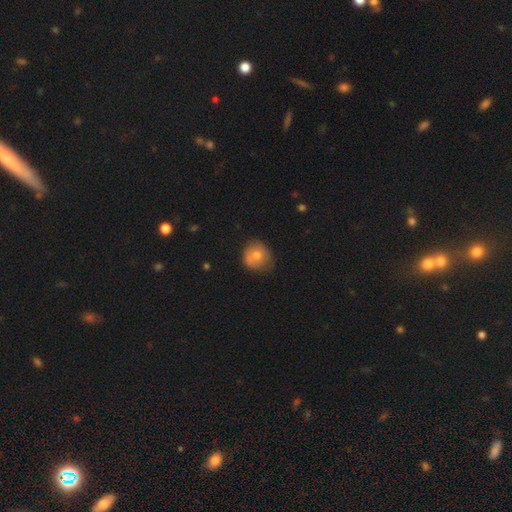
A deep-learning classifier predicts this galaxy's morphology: Overall: smooth (69%). How rounded: round (80%). Merging: none (55%; minor disturbance 31%).